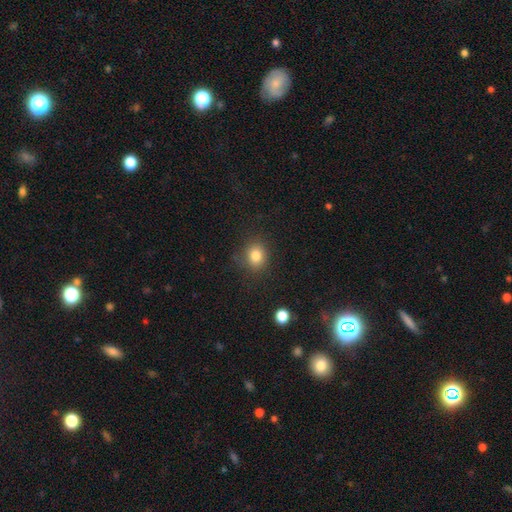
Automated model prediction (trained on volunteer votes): smooth_or_featured: smooth (p=0.82) [alt: star or artifact p=0.12]
how_rounded: round (p=0.70) [alt: in between p=0.29]
merging: none (p=0.82) [alt: minor disturbance p=0.12]